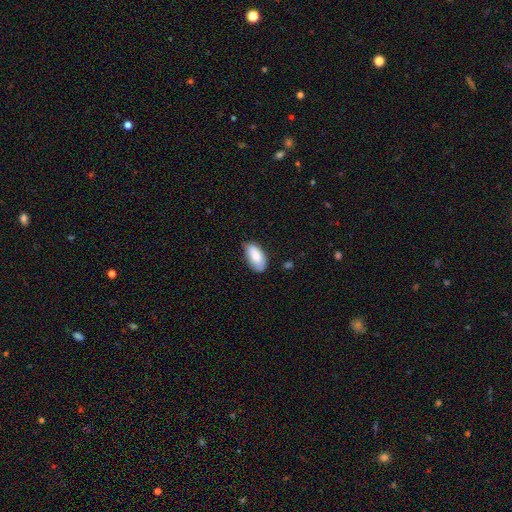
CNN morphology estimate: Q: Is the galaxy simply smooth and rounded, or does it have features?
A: smooth — 81%.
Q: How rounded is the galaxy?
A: in between — 93%.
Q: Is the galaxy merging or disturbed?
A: none — 66%.